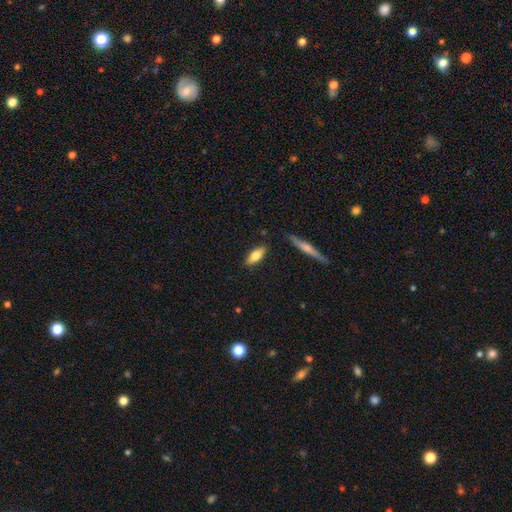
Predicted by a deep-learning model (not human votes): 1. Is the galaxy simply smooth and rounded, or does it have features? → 69% smooth, 25% featured or disk, 6% star or artifact.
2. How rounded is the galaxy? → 66% in between, 32% cigar-shaped, 2% round.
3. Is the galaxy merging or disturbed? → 84% none, 11% minor disturbance, 2% merger, 2% major disturbance.